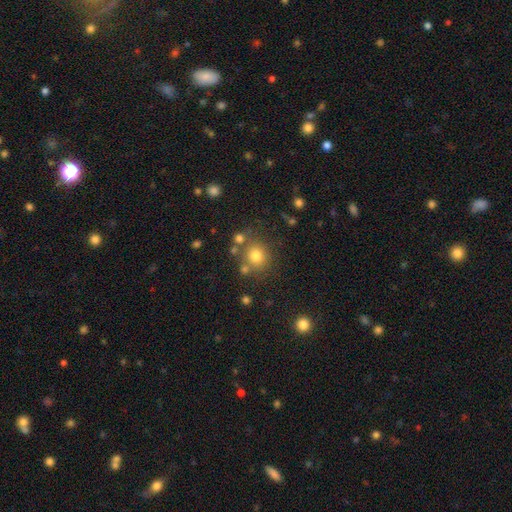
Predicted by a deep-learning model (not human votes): Smooth or featured? smooth (76%)
How rounded? round (88%)
Merging? none (74%)